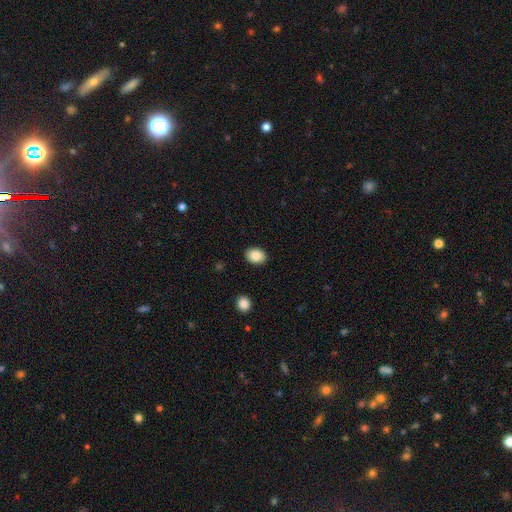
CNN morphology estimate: Q: Smooth or featured?
A: smooth (87%); runner-up: star or artifact (8%)
Q: How rounded?
A: in between (67%); runner-up: round (32%)
Q: Merging?
A: none (90%); runner-up: minor disturbance (7%)